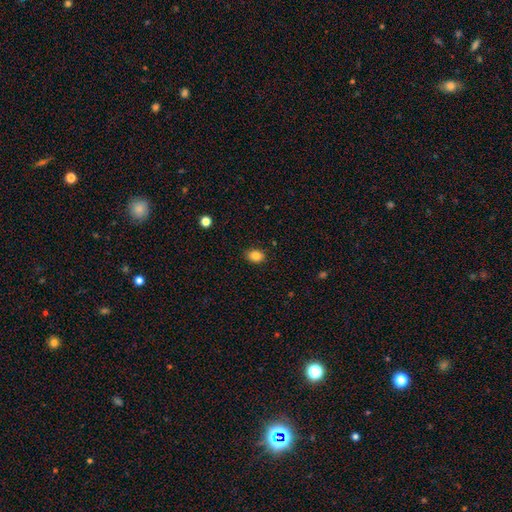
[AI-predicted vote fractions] Overall: smooth (84%). How rounded: in between (68%; round 31%). Merging: none (87%).